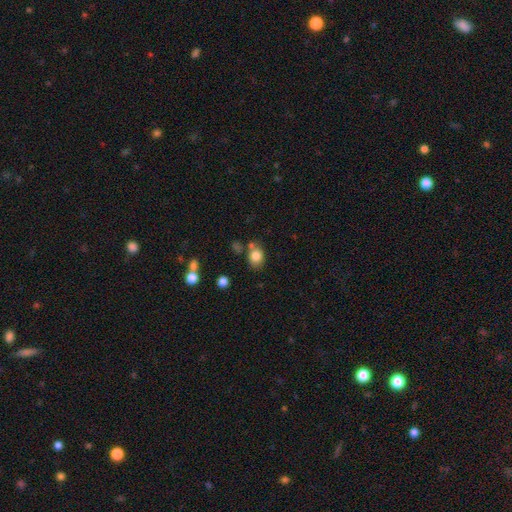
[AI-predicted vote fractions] smooth_or_featured: smooth (p=0.82) [alt: star or artifact p=0.10]
how_rounded: in between (p=0.51) [alt: round p=0.48]
merging: none (p=0.63) [alt: minor disturbance p=0.16]